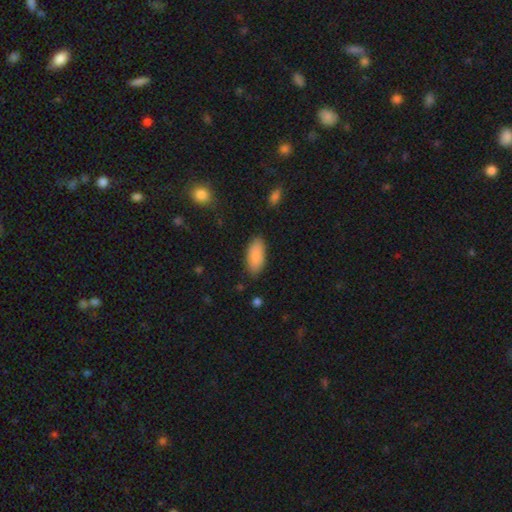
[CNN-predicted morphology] Q: Smooth or featured?
A: smooth (89%); runner-up: star or artifact (6%)
Q: How rounded?
A: in between (88%); runner-up: cigar-shaped (10%)
Q: Merging?
A: none (84%); runner-up: minor disturbance (12%)